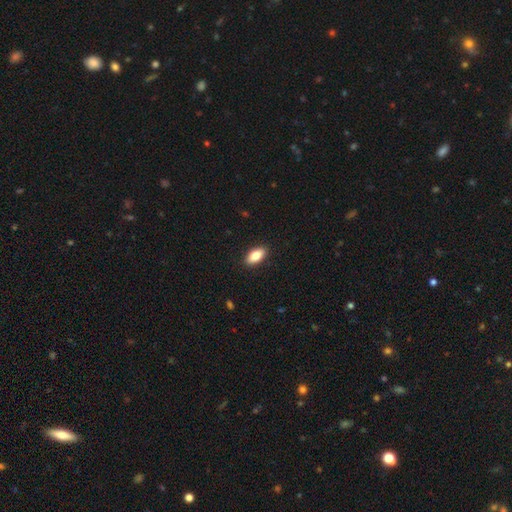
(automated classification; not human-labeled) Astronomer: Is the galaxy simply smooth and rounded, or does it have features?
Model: smooth — 82%.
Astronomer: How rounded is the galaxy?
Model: in between — 90%.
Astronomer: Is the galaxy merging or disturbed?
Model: none — 90%.